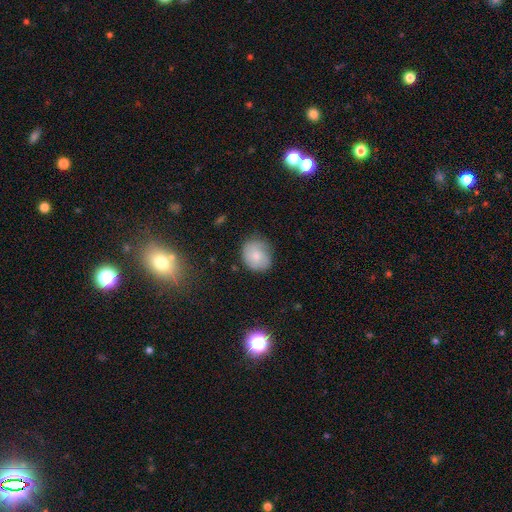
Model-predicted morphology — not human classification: Smooth or featured? smooth (73%)
How rounded? round (65%)
Merging? none (71%)